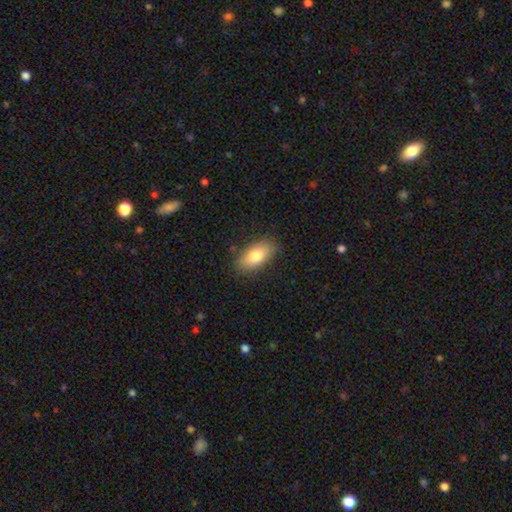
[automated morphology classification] This appears to be a smooth galaxy with no disk features (79%) that is in between round and cigar-shaped (89%). Merging: none (84%).